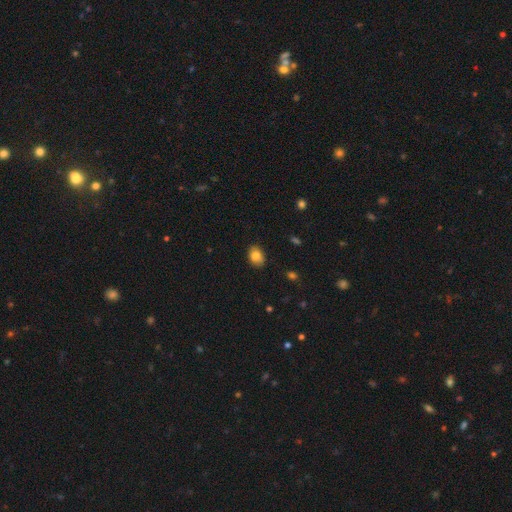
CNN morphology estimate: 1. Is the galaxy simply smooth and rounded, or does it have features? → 83% smooth, 9% star or artifact, 8% featured or disk.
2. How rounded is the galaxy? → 72% in between, 26% round, 1% cigar-shaped.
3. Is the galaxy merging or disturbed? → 83% none, 13% minor disturbance, 2% major disturbance, 1% merger.